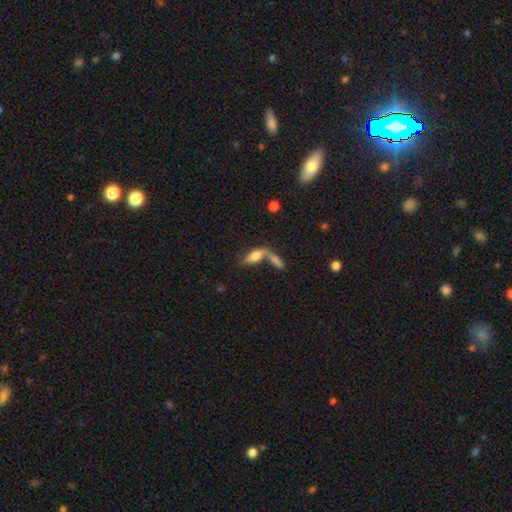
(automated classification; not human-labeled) Smooth or featured: smooth — 66% (featured or disk — 25%)
How rounded: in between — 64% (cigar-shaped — 32%)
Merging: merger — 52% (none — 32%)